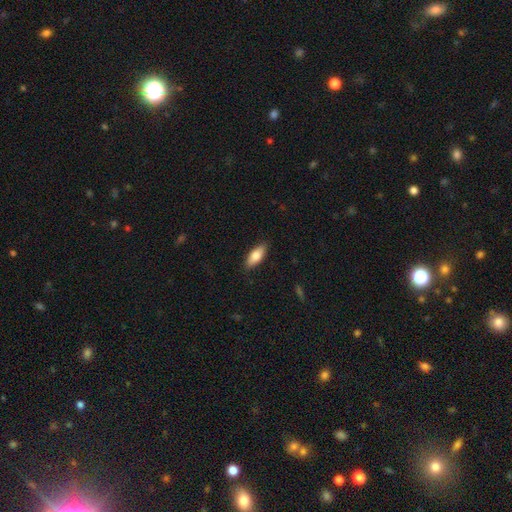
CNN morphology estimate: Smooth or featured?
  - smooth: 77% *
  - featured or disk: 17%
  - star or artifact: 6%
How rounded?
  - in between: 78% *
  - cigar-shaped: 20%
  - round: 2%
Merging?
  - none: 87% *
  - minor disturbance: 10%
  - major disturbance: 2%
  - merger: 1%